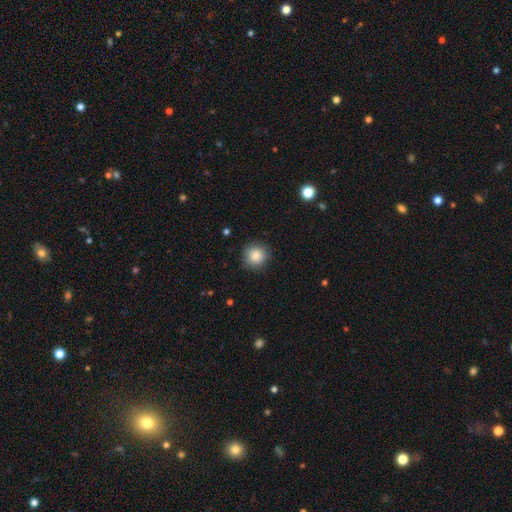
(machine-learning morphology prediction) Smooth or featured: smooth — 85% (star or artifact — 9%)
How rounded: round — 92% (in between — 7%)
Merging: none — 87% (minor disturbance — 9%)